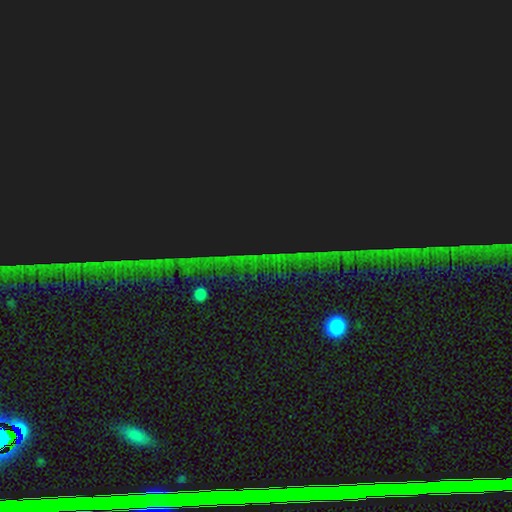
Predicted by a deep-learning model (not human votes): This appears to be a star or artifact, not a galaxy (83%).